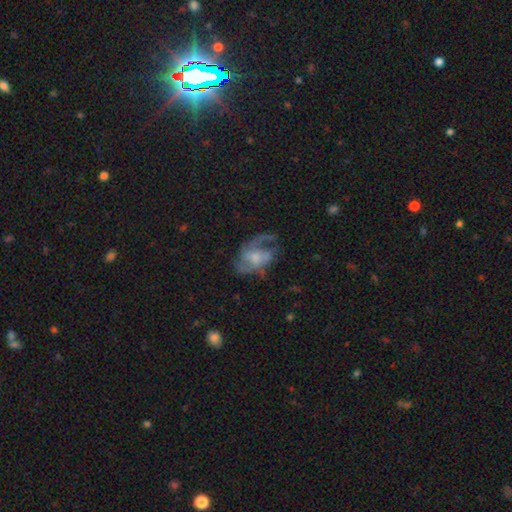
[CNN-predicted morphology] Smooth or featured: featured or disk — 70% (smooth — 19%)
Edge-on disk: no — 96% (yes — 4%)
Bar: no — 57% (weak — 35%)
Spiral arms: yes — 82% (no — 18%)
Spiral winding: medium — 46% (loose — 32%)
Spiral arm count: 2 — 40% (can't tell — 25%)
Bulge size: moderate — 40% (small — 39%)
Merging: none — 51% (major disturbance — 26%)